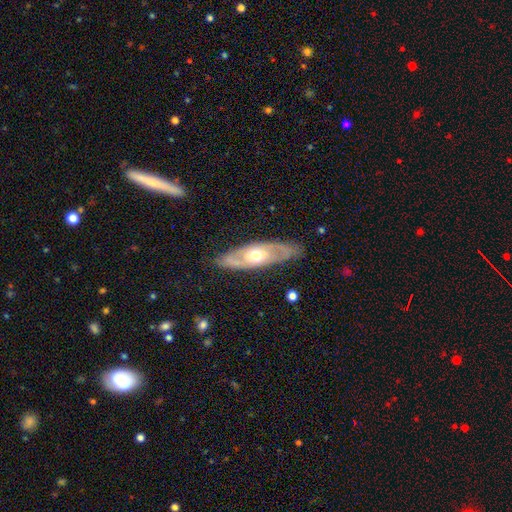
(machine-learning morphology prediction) Smooth or featured?
  - featured or disk: 69% *
  - smooth: 26%
  - star or artifact: 5%
Edge-on disk?
  - no: 75% *
  - yes: 25%
Bar?
  - no: 78% *
  - weak: 17%
  - strong: 5%
Spiral arms?
  - yes: 55% *
  - no: 45%
Bulge size?
  - moderate: 72% *
  - small: 16%
  - large: 10%
  - dominant: 1%
  - none: 1%
Merging?
  - none: 82% *
  - minor disturbance: 13%
  - major disturbance: 4%
  - merger: 1%